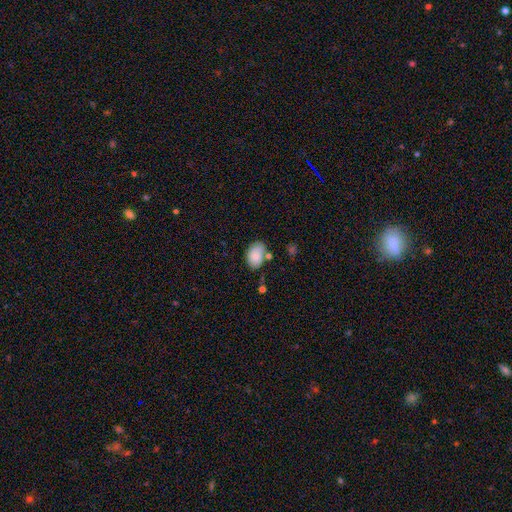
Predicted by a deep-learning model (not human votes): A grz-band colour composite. It shows a smooth galaxy with no disk features (85%) that is in between round and cigar-shaped (87%). Merging: none (61%).